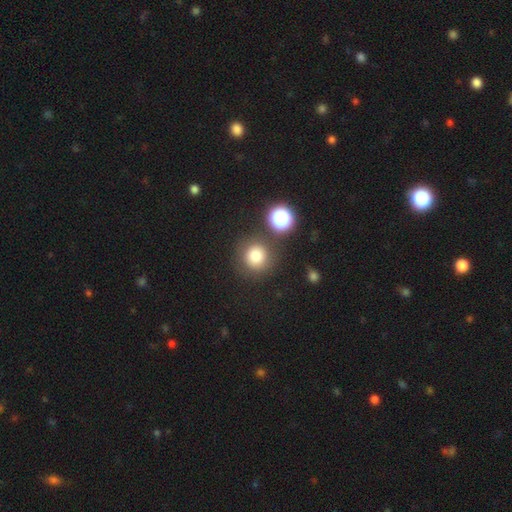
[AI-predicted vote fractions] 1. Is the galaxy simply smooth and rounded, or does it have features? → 79% smooth, 14% star or artifact, 8% featured or disk.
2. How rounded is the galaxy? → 93% round, 6% in between, 1% cigar-shaped.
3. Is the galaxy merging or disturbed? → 79% none, 9% minor disturbance, 8% merger, 4% major disturbance.